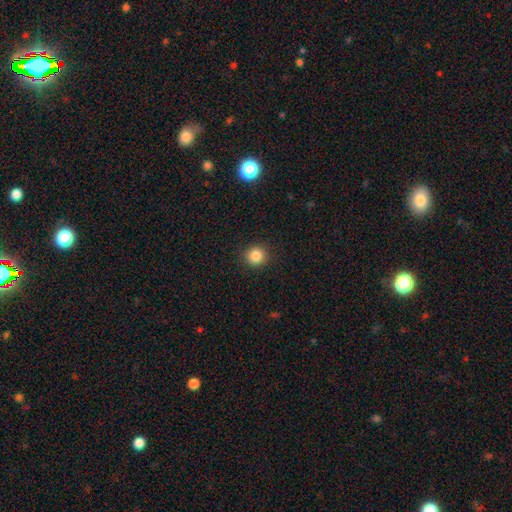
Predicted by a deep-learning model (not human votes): smooth-or-featured: smooth: 85% | star or artifact: 11% | featured or disk: 4%
  how-rounded: round: 92% | in between: 7% | cigar-shaped: 1%
  merging: none: 91% | minor disturbance: 6% | major disturbance: 2% | merger: 1%